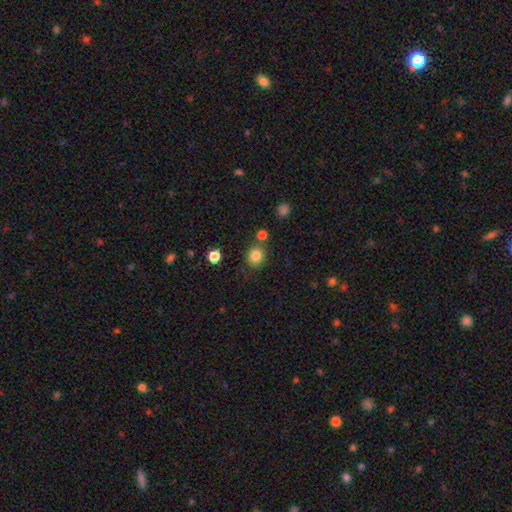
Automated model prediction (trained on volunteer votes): This appears to be a smooth galaxy with no disk features (83%) that is round (81%). Merging: none (77%).